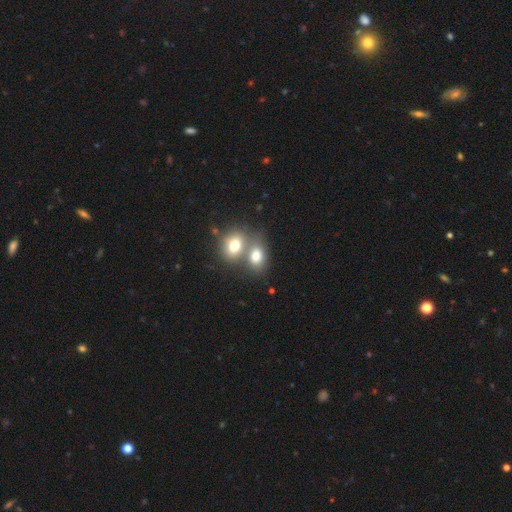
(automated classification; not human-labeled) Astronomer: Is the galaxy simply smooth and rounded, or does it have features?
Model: smooth — 76%.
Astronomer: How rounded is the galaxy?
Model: in between — 64%.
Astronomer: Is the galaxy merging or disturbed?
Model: merger — 61%.